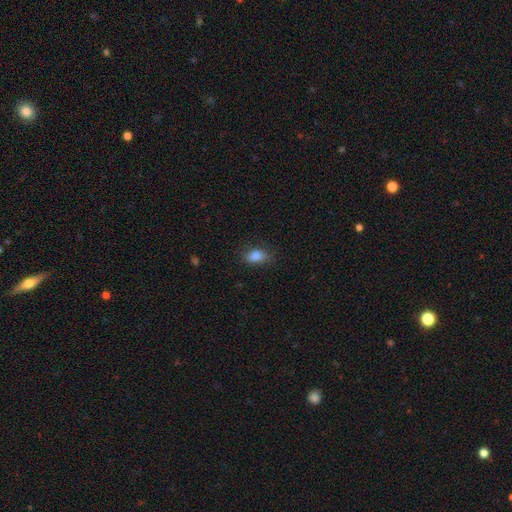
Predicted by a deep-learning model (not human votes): Smooth or featured: smooth — 84% (star or artifact — 10%)
How rounded: in between — 84% (round — 13%)
Merging: none — 75% (minor disturbance — 19%)